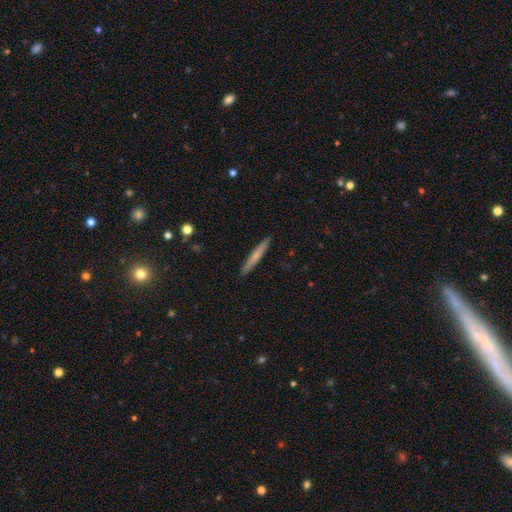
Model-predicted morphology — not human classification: type=smooth (64%); roundness=cigar-shaped (96%); merging=none (91%).